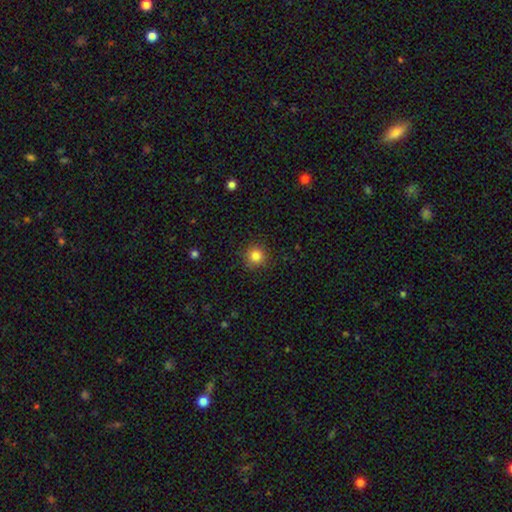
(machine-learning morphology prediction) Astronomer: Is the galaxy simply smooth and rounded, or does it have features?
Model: smooth — 83%.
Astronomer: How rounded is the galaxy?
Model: round — 94%.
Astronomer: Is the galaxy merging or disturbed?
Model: none — 89%.